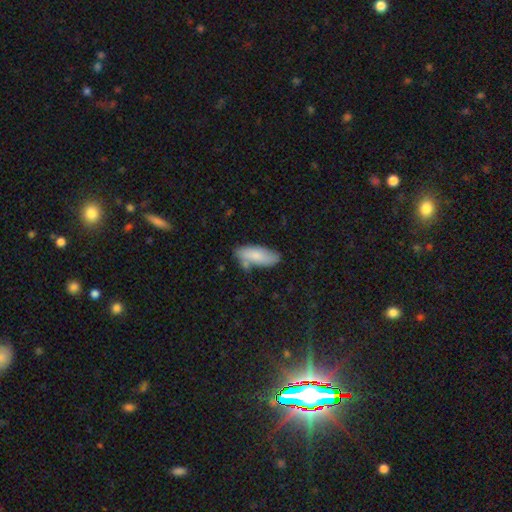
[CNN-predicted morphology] The model was most divided on "merging": none: 65%, minor disturbance: 21%, merger: 9%, major disturbance: 5%. More confident: smooth or featured — smooth (78%); how rounded — in between (73%).